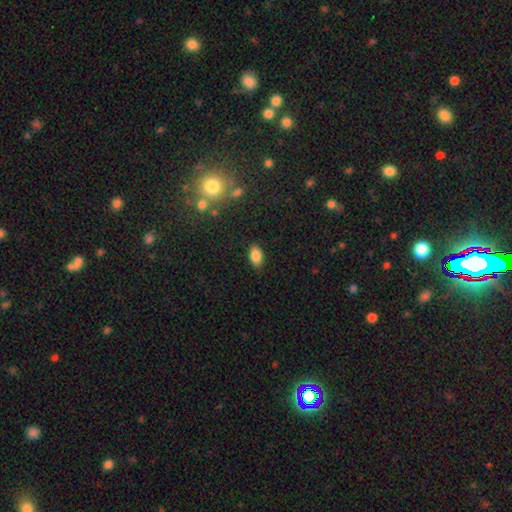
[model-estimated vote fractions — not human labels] Q: Smooth or featured?
A: smooth (85%); runner-up: star or artifact (9%)
Q: How rounded?
A: in between (91%); runner-up: round (6%)
Q: Merging?
A: none (87%); runner-up: minor disturbance (9%)